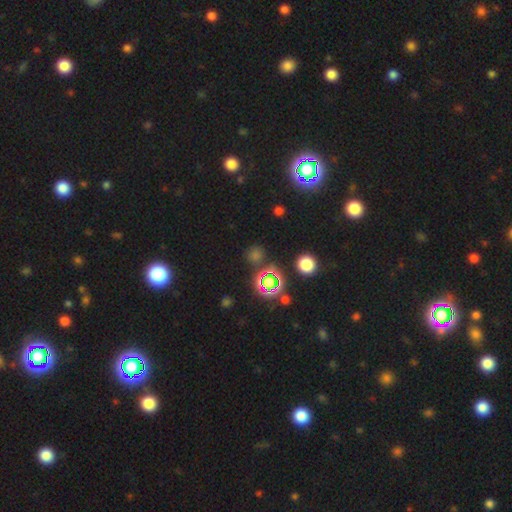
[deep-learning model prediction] smooth_or_featured: star or artifact (p=0.53) [alt: smooth p=0.40]